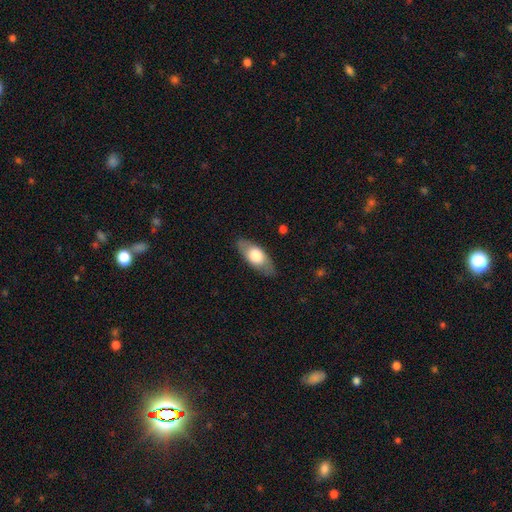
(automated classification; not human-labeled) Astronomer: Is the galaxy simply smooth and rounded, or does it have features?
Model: smooth — 61%.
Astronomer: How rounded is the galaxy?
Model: in between — 80%.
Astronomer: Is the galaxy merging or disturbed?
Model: none — 83%.